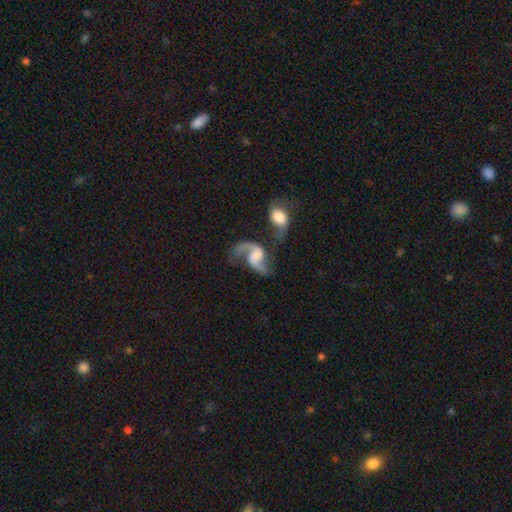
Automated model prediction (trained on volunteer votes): This is clearly a featured or disk galaxy (88%). It is clearly not viewed edge-on (98%). Bar: marginally no (45%). Spiral arm pattern: clearly yes (96%). Spiral arm count: clearly 2 (89%). Spiral winding: likely loose (66%). Central bulge: marginally none (36%). Merging: marginally merger (37%).